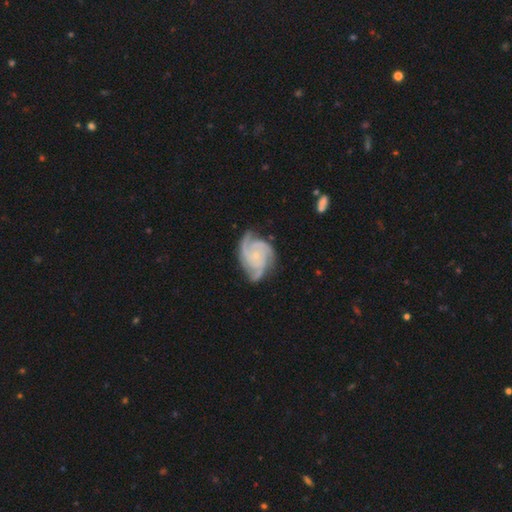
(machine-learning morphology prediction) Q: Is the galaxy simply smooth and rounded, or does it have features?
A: featured or disk — 92%.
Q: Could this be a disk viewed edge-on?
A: no — 98%.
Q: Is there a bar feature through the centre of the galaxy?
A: no — 78%.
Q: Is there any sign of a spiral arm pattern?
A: yes — 99%.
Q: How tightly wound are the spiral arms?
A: tight — 55%.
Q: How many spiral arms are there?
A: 3 — 62%.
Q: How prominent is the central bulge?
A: small — 80%.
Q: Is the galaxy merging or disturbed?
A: none — 72%.